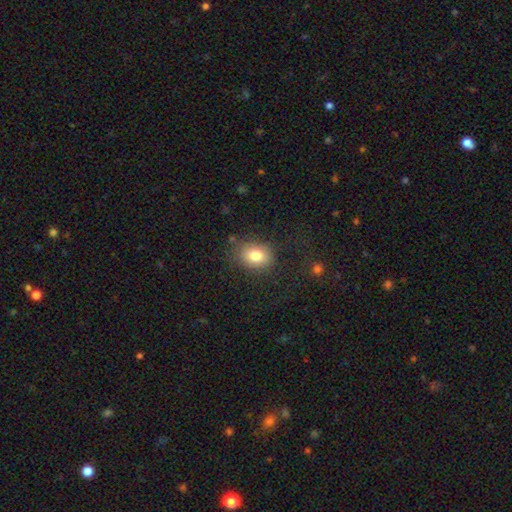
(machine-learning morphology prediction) The model was most divided on "how rounded": in between: 59%, round: 40%, cigar-shaped: 1%. More confident: smooth or featured — smooth (81%); merging — none (79%).